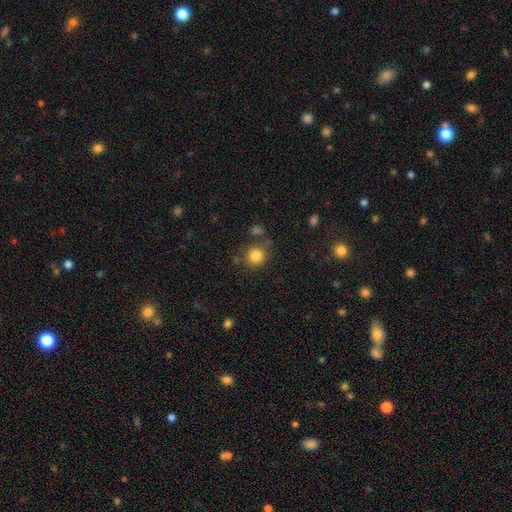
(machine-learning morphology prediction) A smooth galaxy with no disk features (83%) that is round (87%).

Vote fractions:
- Smooth or featured? smooth: 83% / star or artifact: 11% / featured or disk: 6%
- How rounded? round: 87% / in between: 12% / cigar-shaped: 1%
- Merging? none: 76% / minor disturbance: 11% / merger: 8% / major disturbance: 4%